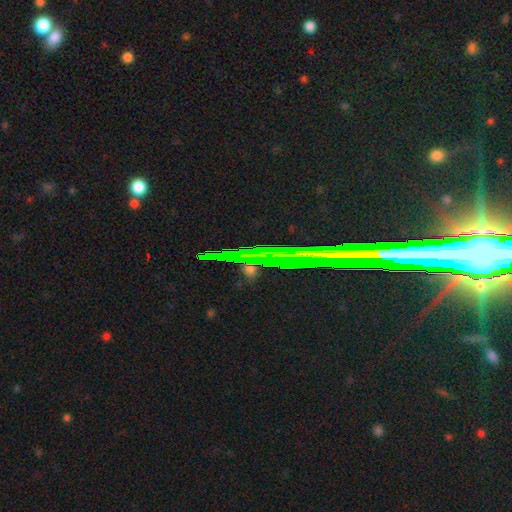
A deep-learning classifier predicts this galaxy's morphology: This is likely a star or artifact rather than a galaxy (67%).